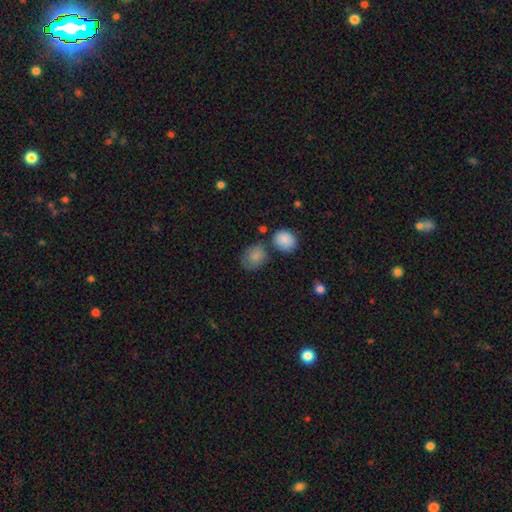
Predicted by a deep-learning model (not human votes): This appears to be a smooth galaxy with no disk features (82%) that is round (52%). Merging: none (60%).